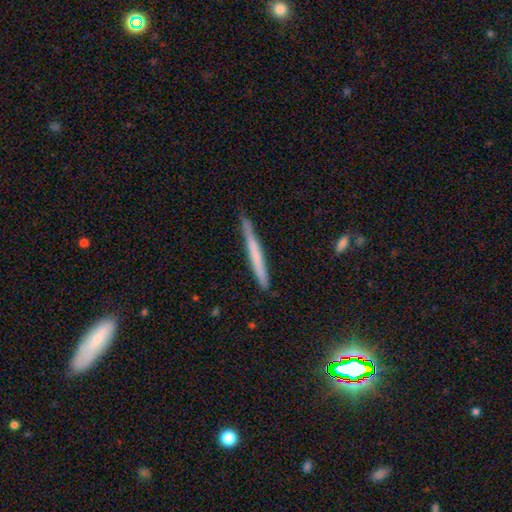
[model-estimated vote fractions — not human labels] A smooth galaxy with no disk features (52%) that is cigar-shaped (97%).

Vote fractions:
- Smooth or featured? smooth: 52% / featured or disk: 41% / star or artifact: 8%
- How rounded? cigar-shaped: 97% / in between: 2% / round: 1%
- Merging? none: 82% / minor disturbance: 14% / major disturbance: 2% / merger: 2%